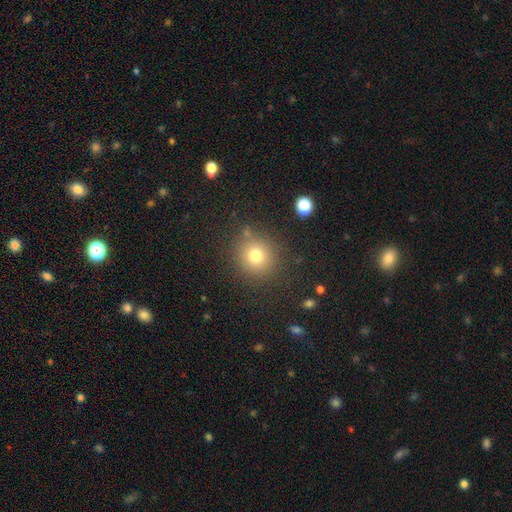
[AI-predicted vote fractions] A smooth galaxy with no disk features (76%) that is round (90%).

Vote fractions:
- Smooth or featured? smooth: 76% / star or artifact: 15% / featured or disk: 9%
- How rounded? round: 90% / in between: 9% / cigar-shaped: 1%
- Merging? none: 84% / minor disturbance: 9% / major disturbance: 4% / merger: 3%